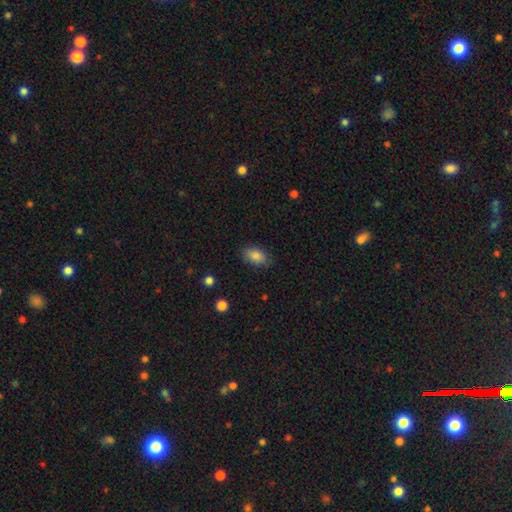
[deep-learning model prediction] This appears to be a smooth galaxy with no disk features (85%) that is in between round and cigar-shaped (88%). Merging: none (82%).